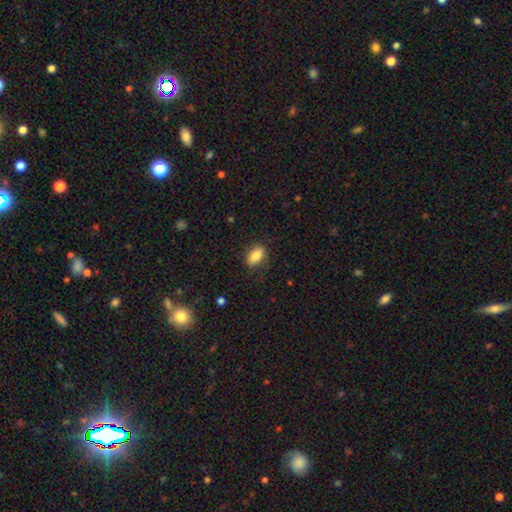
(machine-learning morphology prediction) smooth-or-featured: smooth: 85% | star or artifact: 8% | featured or disk: 7%
  how-rounded: in between: 87% | round: 9% | cigar-shaped: 3%
  merging: none: 82% | minor disturbance: 14% | major disturbance: 4% | merger: 1%